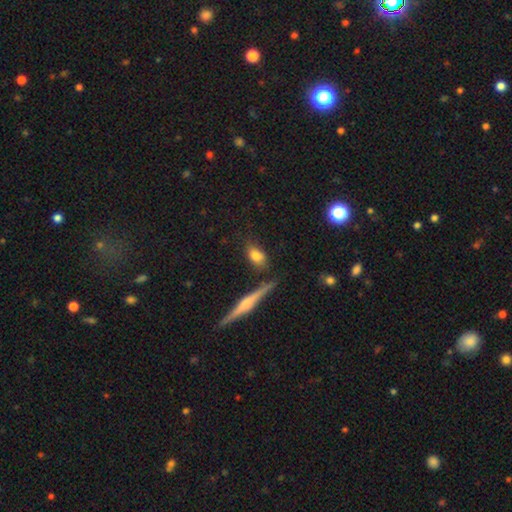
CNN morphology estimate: This is likely a smooth galaxy (74%). How rounded: likely in between (78%). Merging: likely none (73%).